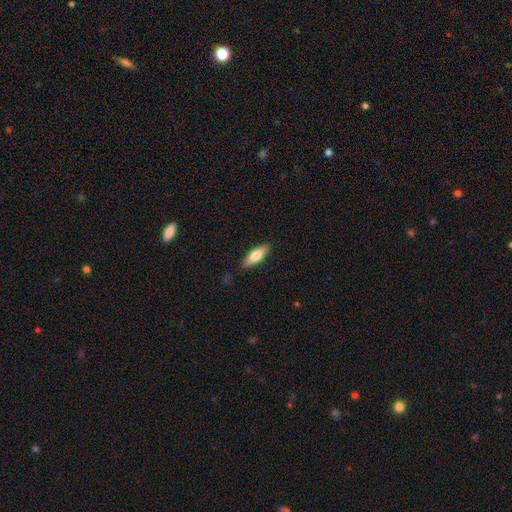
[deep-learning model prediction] Morphology: type=smooth (63%); roundness=cigar-shaped (53%); merging=none (88%).